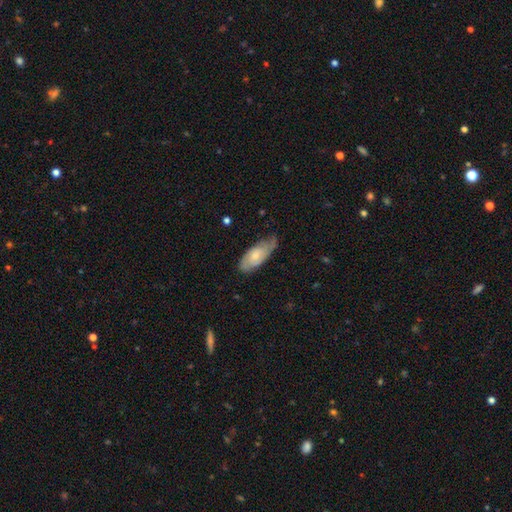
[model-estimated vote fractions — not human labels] Q: Smooth or featured?
A: smooth (56%); runner-up: featured or disk (39%)
Q: How rounded?
A: in between (81%); runner-up: cigar-shaped (17%)
Q: Merging?
A: none (56%); runner-up: minor disturbance (34%)